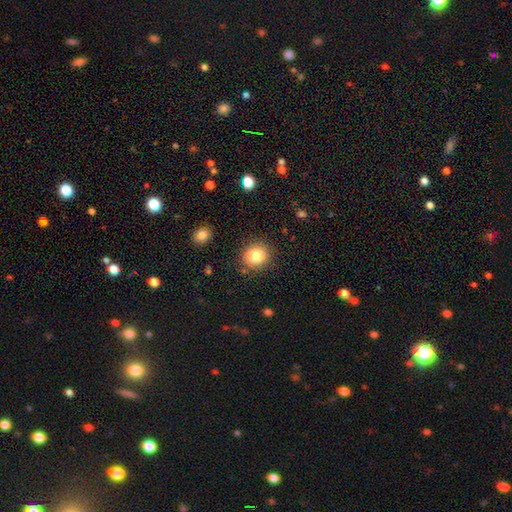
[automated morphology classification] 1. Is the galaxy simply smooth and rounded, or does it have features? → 83% smooth, 10% star or artifact, 7% featured or disk.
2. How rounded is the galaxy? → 82% round, 17% in between, 1% cigar-shaped.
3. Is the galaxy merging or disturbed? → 85% none, 10% minor disturbance, 4% major disturbance, 2% merger.